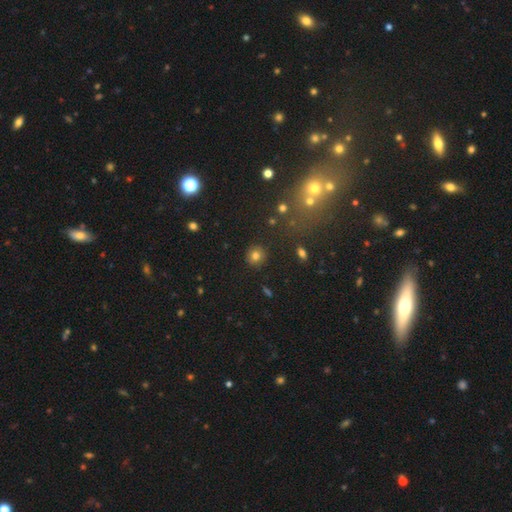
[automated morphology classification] A smooth galaxy with no disk features (77%) that is round (88%). Merging: none (89%).